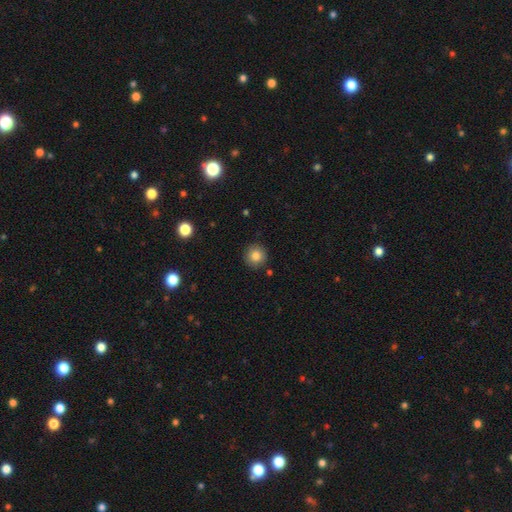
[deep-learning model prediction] Smooth or featured? Predicted: smooth (p=0.85). How rounded? Predicted: round (p=0.94). Merging? Predicted: none (p=0.89).